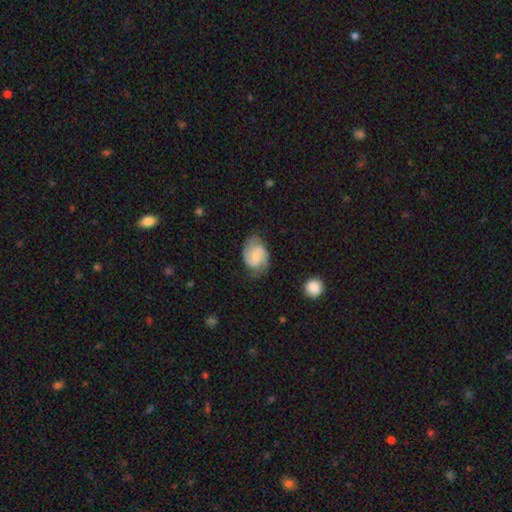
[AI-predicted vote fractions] Smooth or featured: featured or disk — 57% (smooth — 35%)
Edge-on disk: no — 98% (yes — 2%)
Bar: no — 54% (weak — 37%)
Spiral arms: yes — 92% (no — 8%)
Spiral winding: medium — 47% (tight — 31%)
Spiral arm count: 2 — 84% (can't tell — 8%)
Bulge size: none — 52% (small — 26%)
Merging: none — 65% (minor disturbance — 23%)